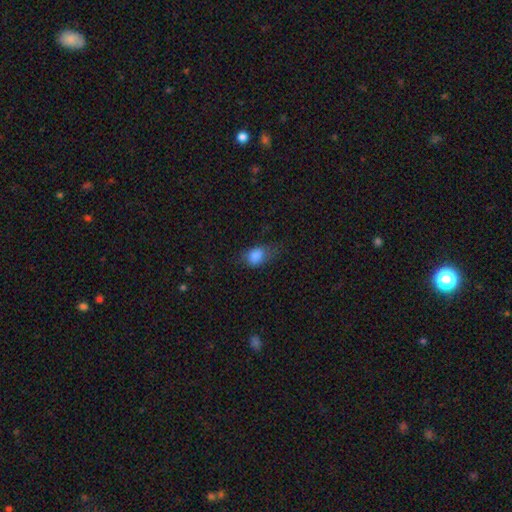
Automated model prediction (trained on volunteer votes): Smooth or featured? Predicted: smooth (p=0.82). How rounded? Predicted: in between (p=0.72). Merging? Predicted: none (p=0.49).